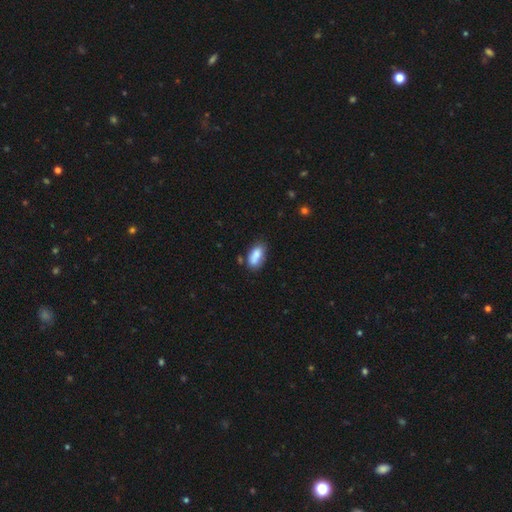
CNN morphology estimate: type=smooth (82%); roundness=in between (88%); merging=none (59%).